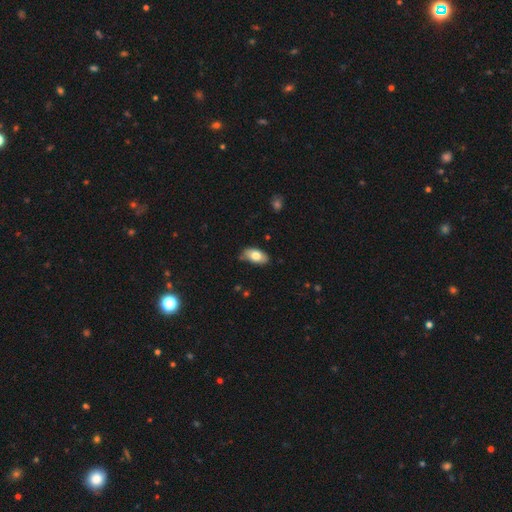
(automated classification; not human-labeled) Smooth or featured: smooth — 75% (featured or disk — 18%)
How rounded: in between — 93% (round — 4%)
Merging: none — 72% (minor disturbance — 22%)